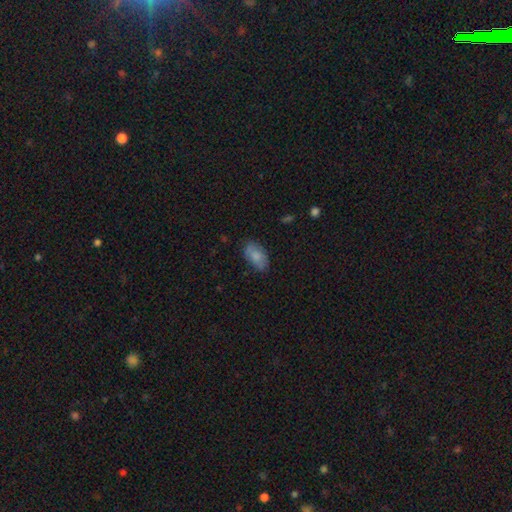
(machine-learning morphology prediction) A smooth galaxy with no disk features (80%) that is in between round and cigar-shaped (93%).

Vote fractions:
- Smooth or featured? smooth: 80% / featured or disk: 13% / star or artifact: 7%
- How rounded? in between: 93% / round: 5% / cigar-shaped: 2%
- Merging? none: 74% / minor disturbance: 20% / major disturbance: 5% / merger: 1%